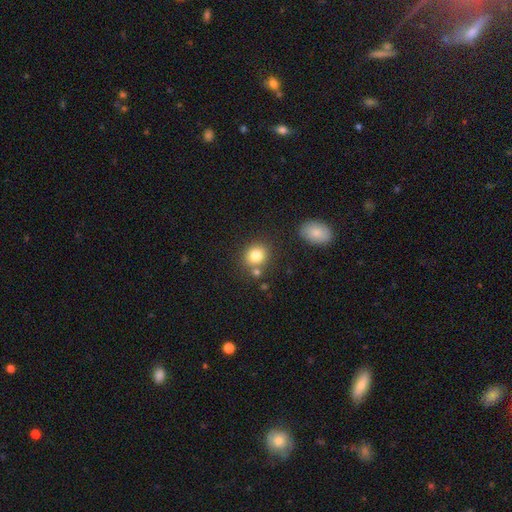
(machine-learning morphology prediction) This is clearly a smooth galaxy (81%). How rounded: likely round (76%). Merging: likely none (72%).